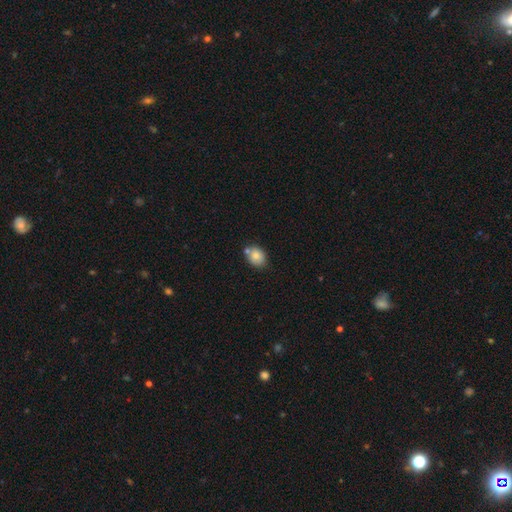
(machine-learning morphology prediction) Q: Smooth or featured?
A: smooth (81%); runner-up: featured or disk (10%)
Q: How rounded?
A: in between (50%); runner-up: round (49%)
Q: Merging?
A: none (64%); runner-up: merger (18%)